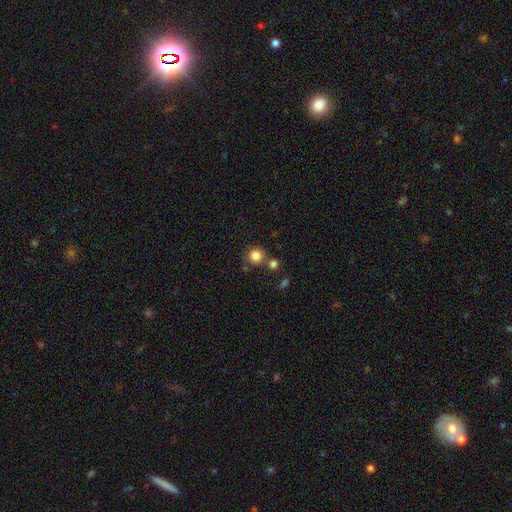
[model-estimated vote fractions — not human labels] A smooth galaxy with no disk features (84%) that is round (92%). Merging: none (72%).